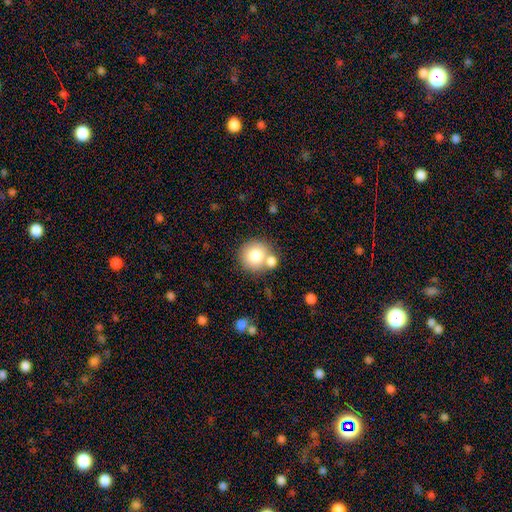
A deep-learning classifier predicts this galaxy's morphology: Smooth or featured?
  - smooth: 78% *
  - featured or disk: 13%
  - star or artifact: 9%
How rounded?
  - round: 91% *
  - in between: 8%
  - cigar-shaped: 1%
Merging?
  - none: 63% *
  - merger: 24%
  - minor disturbance: 10%
  - major disturbance: 3%